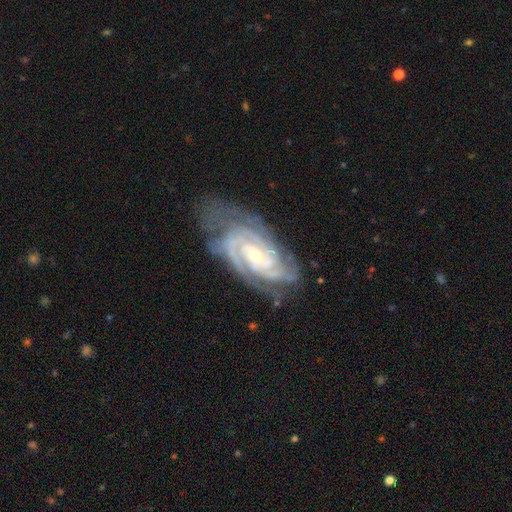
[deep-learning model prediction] smooth_or_featured: featured or disk (p=0.92) [alt: star or artifact p=0.05]
disk_edge_on: no (p=0.96) [alt: yes p=0.04]
bar: no (p=0.56) [alt: weak p=0.31]
has_spiral_arms: yes (p=0.98) [alt: no p=0.02]
spiral_winding: tight (p=0.75) [alt: medium p=0.23]
spiral_arm_count: 3 (p=0.31) [alt: 2 p=0.23]
bulge_size: small (p=0.63) [alt: moderate p=0.34]
merging: none (p=0.66) [alt: minor disturbance p=0.23]